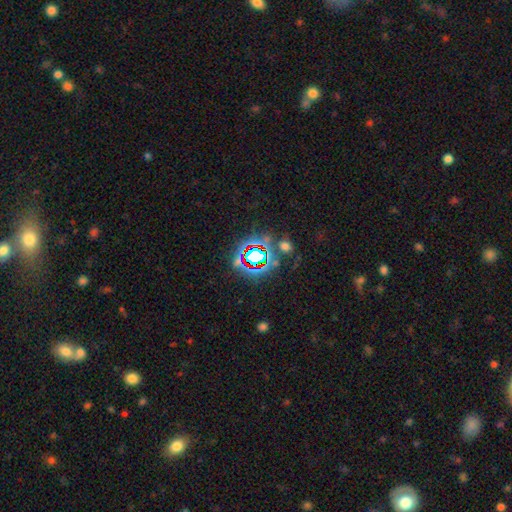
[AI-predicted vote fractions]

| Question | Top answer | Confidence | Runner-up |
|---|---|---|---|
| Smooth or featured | star or artifact | 70% | smooth (18%) |